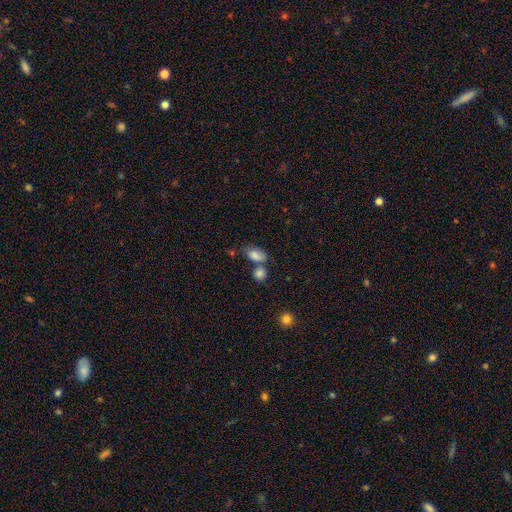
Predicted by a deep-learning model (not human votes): Smooth or featured: smooth — 81% (star or artifact — 9%)
How rounded: in between — 86% (round — 11%)
Merging: none — 43% (merger — 31%)